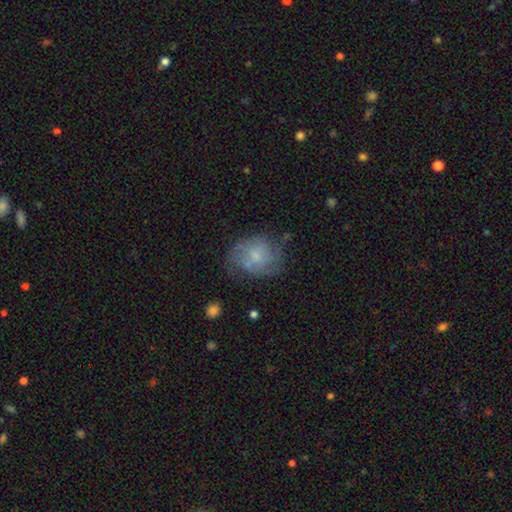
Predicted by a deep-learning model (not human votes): A smooth galaxy with no disk features (48%). Merging: none (53%).